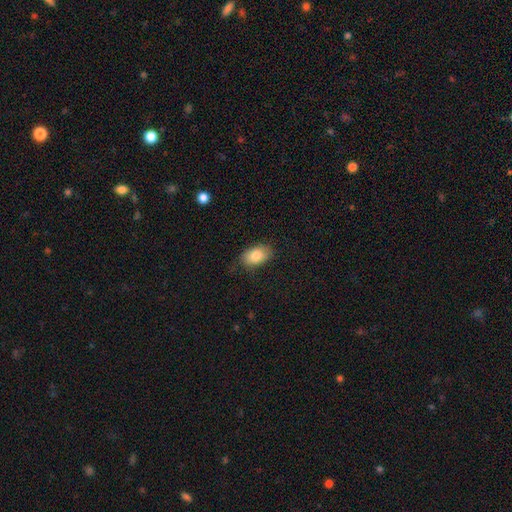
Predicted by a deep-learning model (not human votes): A smooth galaxy with no disk features (84%) that is in between round and cigar-shaped (90%).

Vote fractions:
- Smooth or featured? smooth: 84% / featured or disk: 9% / star or artifact: 7%
- How rounded? in between: 90% / round: 9% / cigar-shaped: 1%
- Merging? none: 80% / minor disturbance: 16% / major disturbance: 3% / merger: 1%